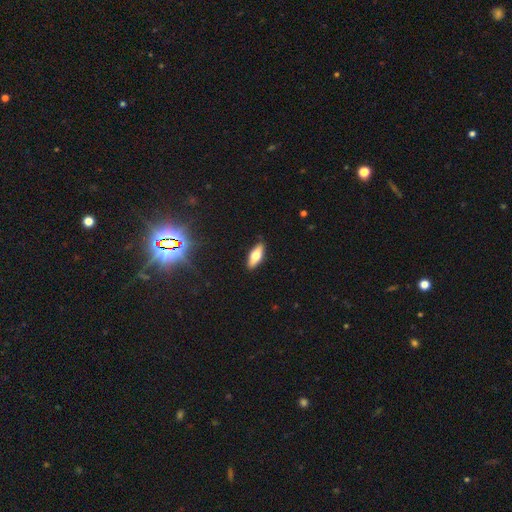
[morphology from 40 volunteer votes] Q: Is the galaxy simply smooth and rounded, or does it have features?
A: smooth — 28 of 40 (70%).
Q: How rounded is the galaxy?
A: in between — 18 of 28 (64%).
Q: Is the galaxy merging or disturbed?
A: none — 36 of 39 (92%).